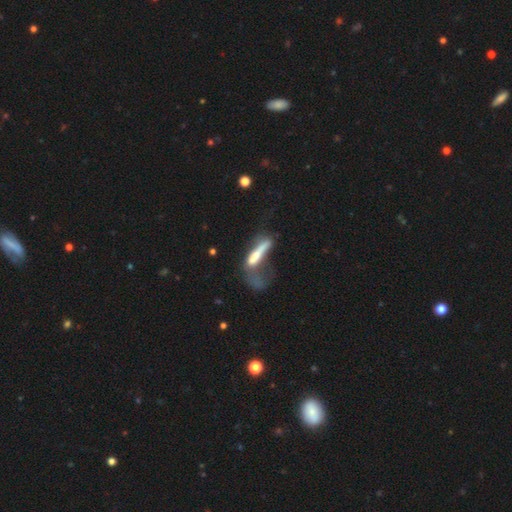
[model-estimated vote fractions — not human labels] This is possibly a smooth galaxy (55%). How rounded: likely cigar-shaped (74%). Merging: possibly major disturbance (57%).